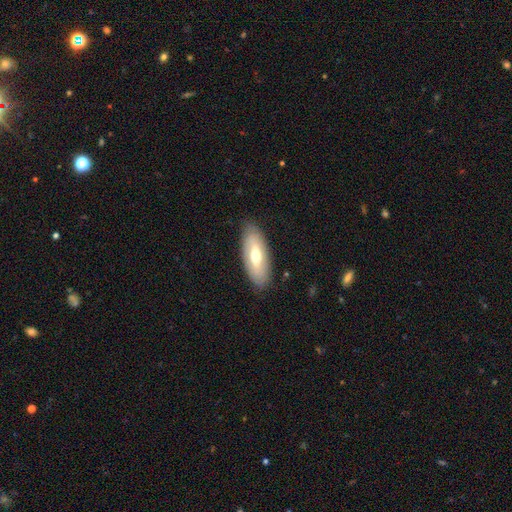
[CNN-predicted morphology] Smooth or featured? smooth (49%)
Merging? none (85%)